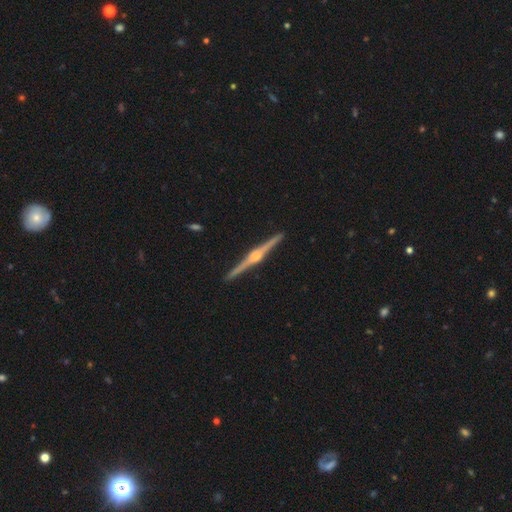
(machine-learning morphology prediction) Smooth or featured?
  - featured or disk: 90% *
  - smooth: 6%
  - star or artifact: 4%
Edge-on disk?
  - yes: 99% *
  - no: 1%
Edge-on bulge?
  - rounded: 92% *
  - boxy: 5%
  - none: 3%
Merging?
  - none: 93% *
  - minor disturbance: 5%
  - major disturbance: 1%
  - merger: 1%